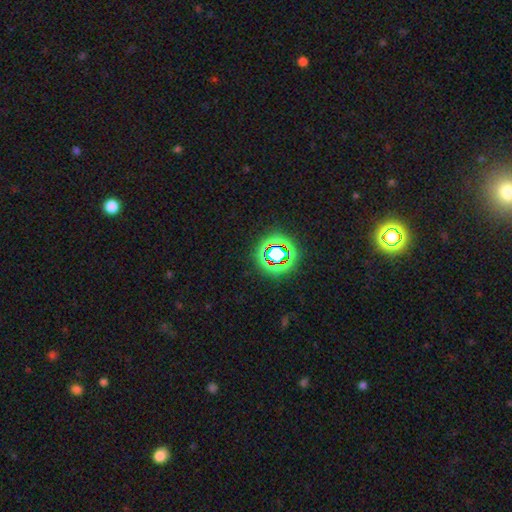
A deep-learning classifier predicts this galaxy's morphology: star or artifact 71%, smooth 20%, featured or disk 9%.